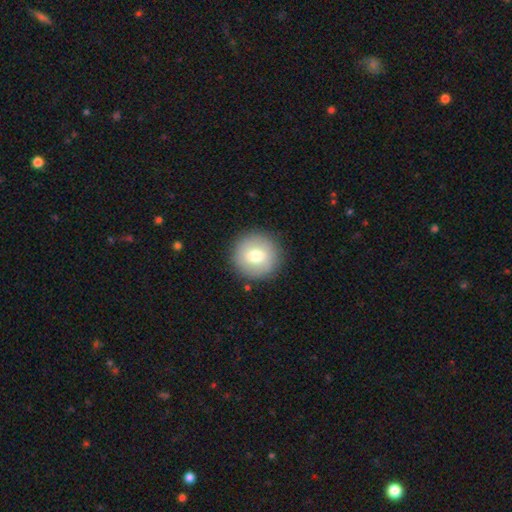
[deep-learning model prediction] This appears to be a smooth galaxy with no disk features (71%) that is round (94%). Merging: none (89%).